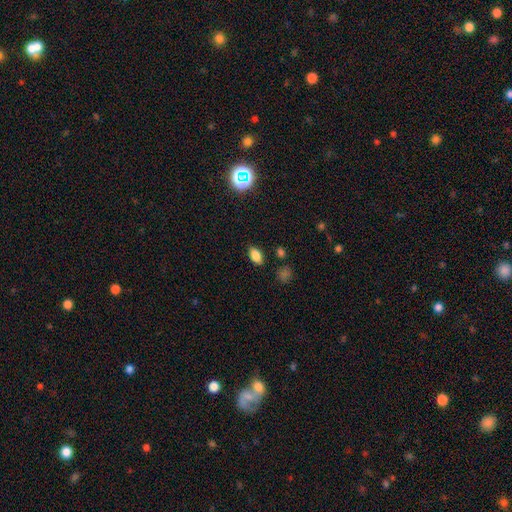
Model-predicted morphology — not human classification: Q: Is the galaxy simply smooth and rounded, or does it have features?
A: smooth — 82%.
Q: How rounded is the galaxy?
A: in between — 90%.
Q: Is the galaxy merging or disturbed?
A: none — 86%.